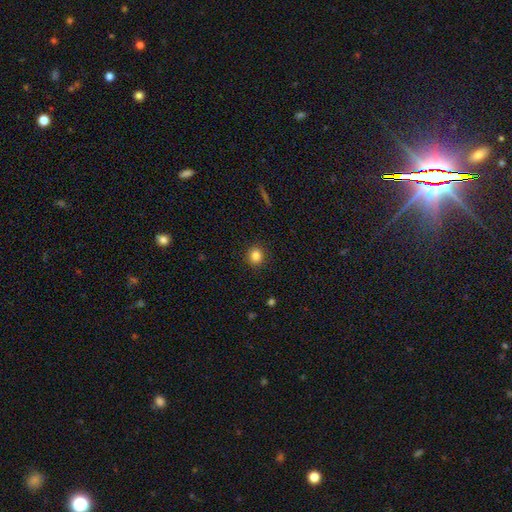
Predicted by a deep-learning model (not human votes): The model was most divided on "how rounded": round: 85%, in between: 14%, cigar-shaped: 1%. More confident: merging — none (91%); smooth or featured — smooth (84%).